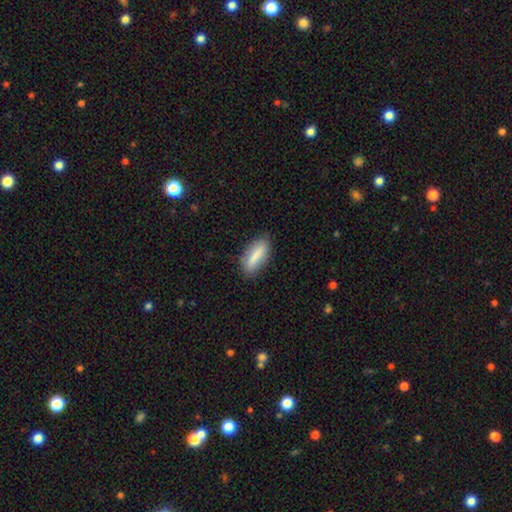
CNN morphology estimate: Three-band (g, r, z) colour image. It shows a smooth galaxy with no disk features (79%) that is in between round and cigar-shaped (62%). Merging: none (81%).